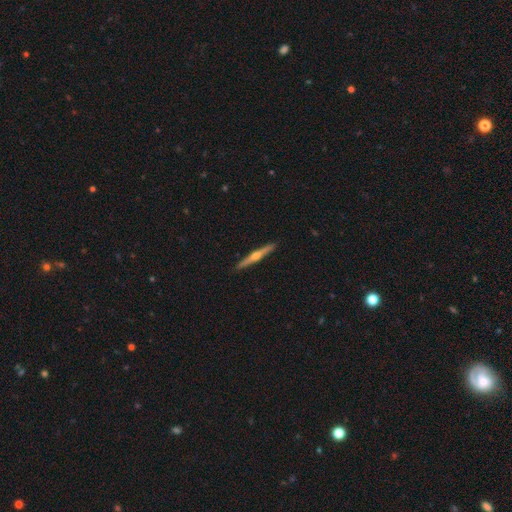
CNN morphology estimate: smooth_or_featured: featured or disk (p=0.70) [alt: smooth p=0.24]
disk_edge_on: yes (p=0.98) [alt: no p=0.02]
edge_on_bulge: rounded (p=0.92) [alt: none p=0.05]
merging: none (p=0.92) [alt: minor disturbance p=0.06]